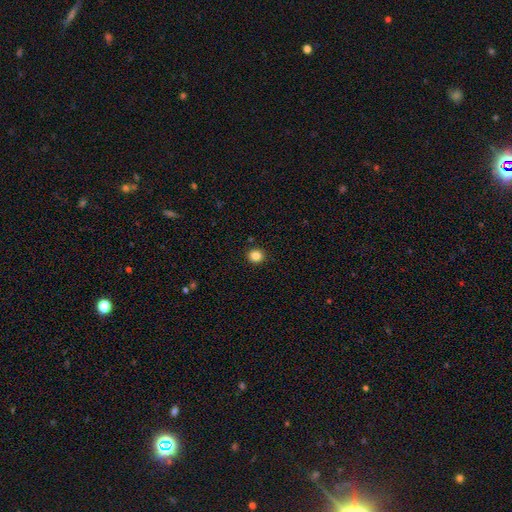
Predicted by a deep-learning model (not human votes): smooth_or_featured: smooth (p=0.85) [alt: star or artifact p=0.11]
how_rounded: round (p=0.85) [alt: in between p=0.14]
merging: none (p=0.91) [alt: minor disturbance p=0.05]